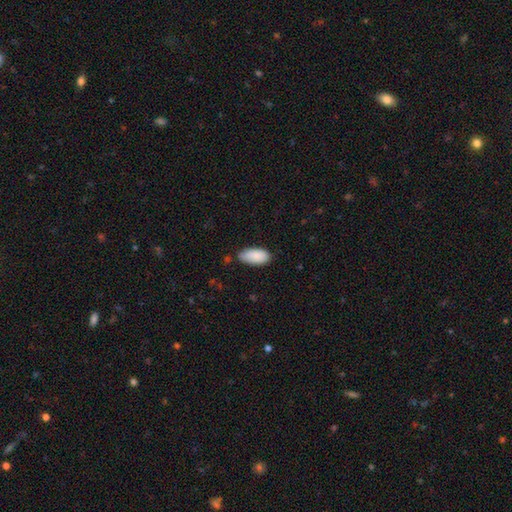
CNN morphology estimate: Smooth or featured: smooth — 88% (star or artifact — 6%)
How rounded: in between — 93% (cigar-shaped — 5%)
Merging: none — 72% (minor disturbance — 23%)